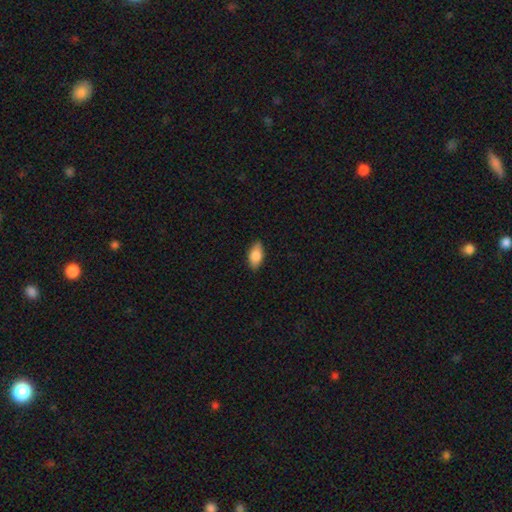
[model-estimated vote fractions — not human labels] Morphology: type=smooth (84%); roundness=in between (91%); merging=none (86%).